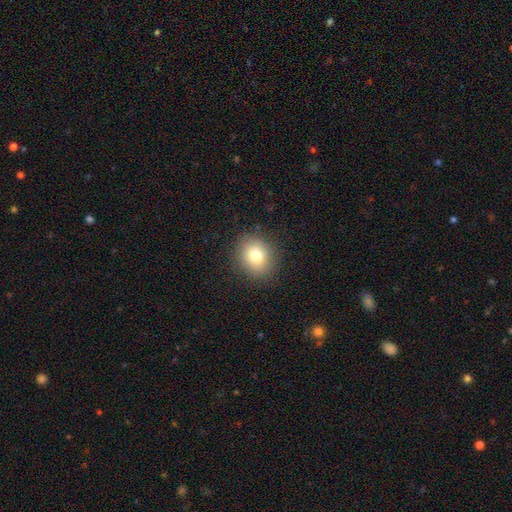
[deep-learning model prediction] This appears to be a smooth galaxy with no disk features (78%) that is round (71%). Merging: none (88%).